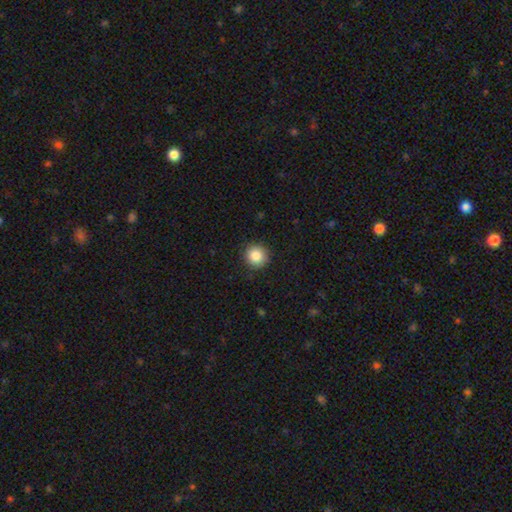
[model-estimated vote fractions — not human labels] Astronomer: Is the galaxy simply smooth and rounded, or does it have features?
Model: smooth — 86%.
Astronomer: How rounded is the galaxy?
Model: round — 93%.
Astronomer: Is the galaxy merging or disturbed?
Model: none — 89%.